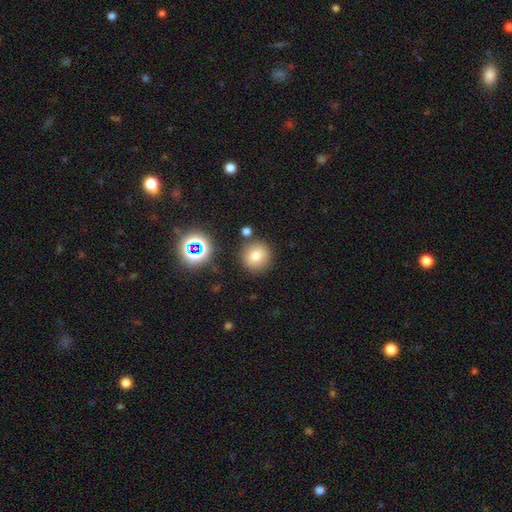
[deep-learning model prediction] A smooth galaxy with no disk features (76%) that is round (91%).

Vote fractions:
- Smooth or featured? smooth: 76% / star or artifact: 15% / featured or disk: 9%
- How rounded? round: 91% / in between: 8% / cigar-shaped: 1%
- Merging? none: 83% / minor disturbance: 9% / merger: 5% / major disturbance: 3%